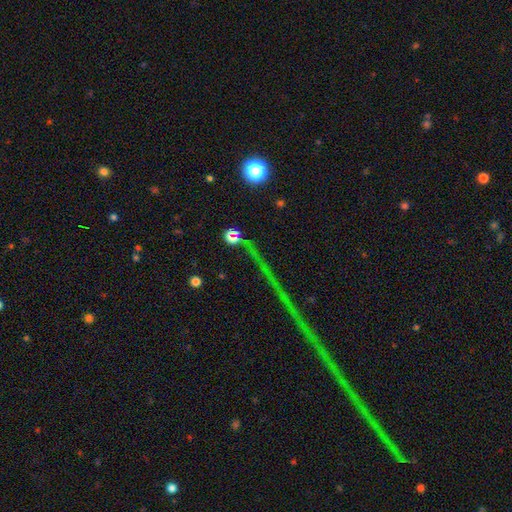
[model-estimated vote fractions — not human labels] This appears to be a star or artifact, not a galaxy (77%).